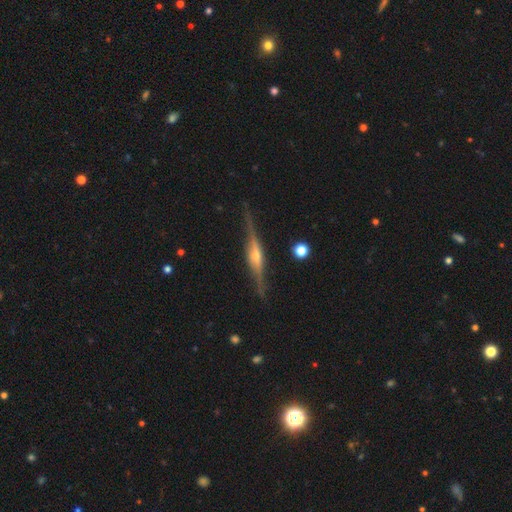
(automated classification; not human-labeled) Overall: featured or disk (84%). Edge-on disk: yes (97%). Edge-on bulge: rounded (78%). Merging: none (85%).